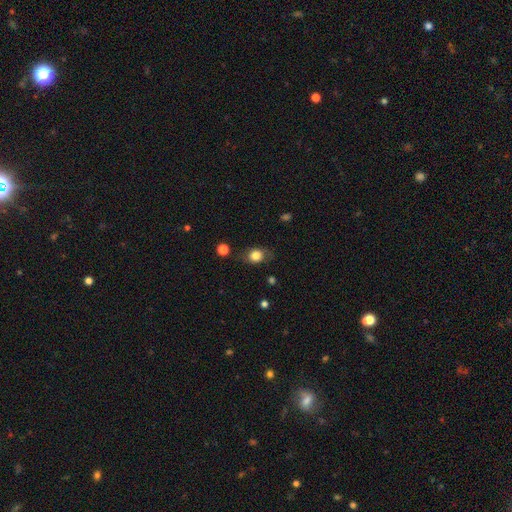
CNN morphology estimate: Smooth or featured? Predicted: smooth (p=0.79). How rounded? Predicted: in between (p=0.49, tied with round). Merging? Predicted: none (p=0.75).